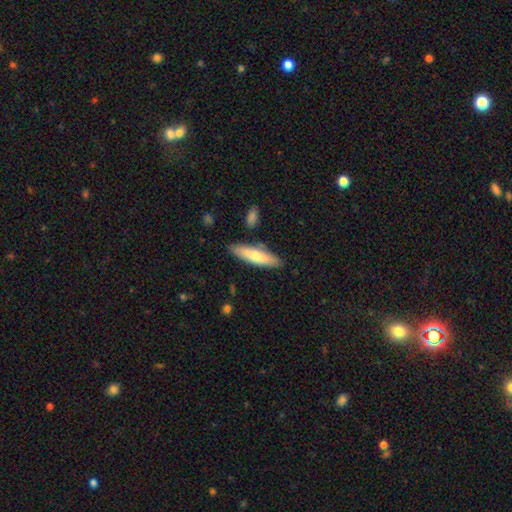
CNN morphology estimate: smooth 66%, featured or disk 28%, star or artifact 6%. Down the decision tree: how rounded — cigar-shaped (66%); merging — none (82%).